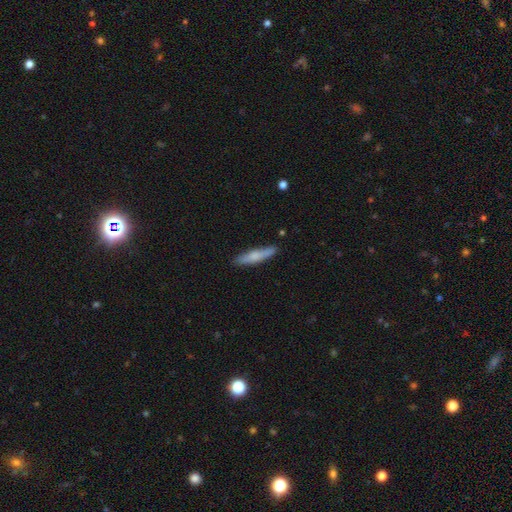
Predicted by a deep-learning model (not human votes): smooth 65%, featured or disk 29%, star or artifact 6%. Down the decision tree: how rounded — cigar-shaped (89%); merging — none (87%).